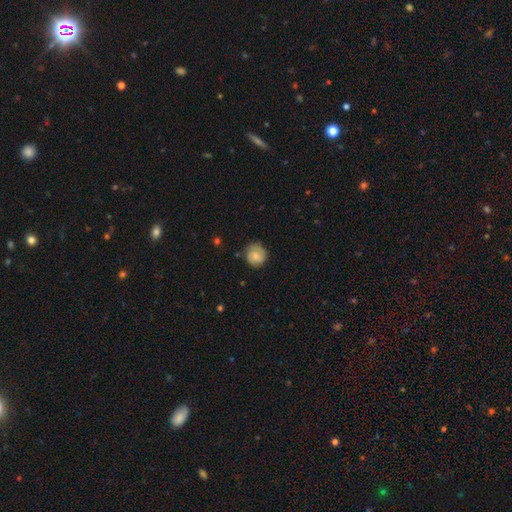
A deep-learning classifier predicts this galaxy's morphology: Smooth or featured? smooth (72%)
How rounded? round (87%)
Merging? none (71%)